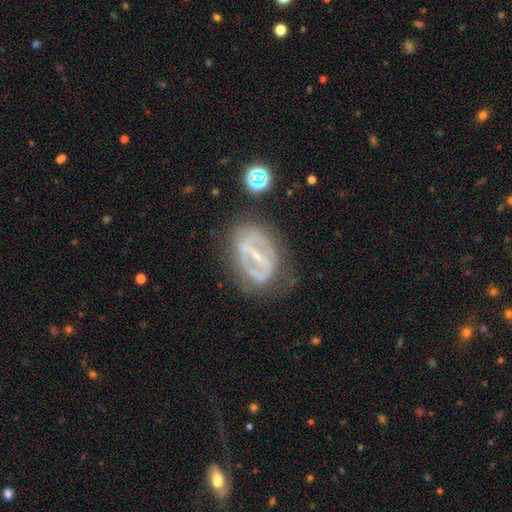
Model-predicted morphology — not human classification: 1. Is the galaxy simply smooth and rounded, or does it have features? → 77% featured or disk, 16% smooth, 8% star or artifact.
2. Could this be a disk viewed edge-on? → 91% no, 9% yes.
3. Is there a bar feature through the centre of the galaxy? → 67% strong, 22% weak, 10% no.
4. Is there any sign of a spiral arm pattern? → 59% no, 41% yes.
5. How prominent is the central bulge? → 65% small, 25% moderate, 7% none, 2% large, 1% dominant.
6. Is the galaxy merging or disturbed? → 67% none, 19% minor disturbance, 11% major disturbance, 2% merger.